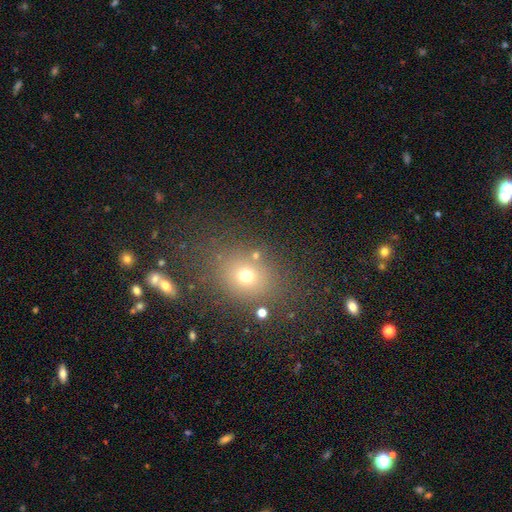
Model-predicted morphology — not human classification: Smooth or featured? Predicted: smooth (p=0.65). How rounded? Predicted: round (p=0.60). Merging? Predicted: none (p=0.77).